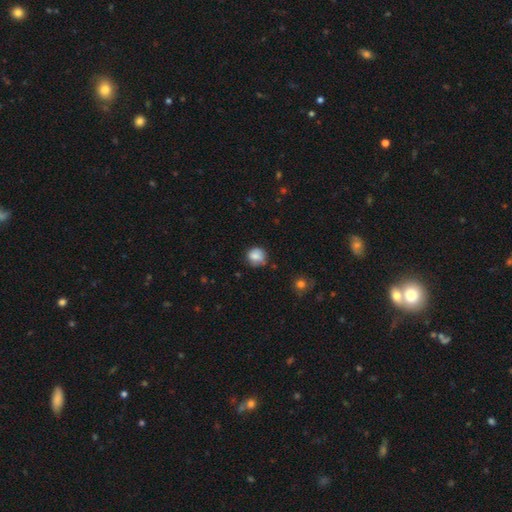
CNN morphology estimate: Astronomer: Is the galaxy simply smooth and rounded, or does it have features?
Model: smooth — 79%.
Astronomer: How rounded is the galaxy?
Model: round — 82%.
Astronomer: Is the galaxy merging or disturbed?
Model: none — 67%.